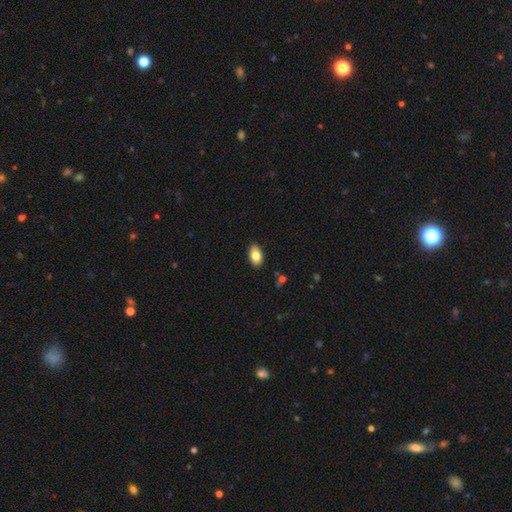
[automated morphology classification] Smooth or featured? Predicted: smooth (p=0.82). How rounded? Predicted: in between (p=0.91). Merging? Predicted: none (p=0.86).